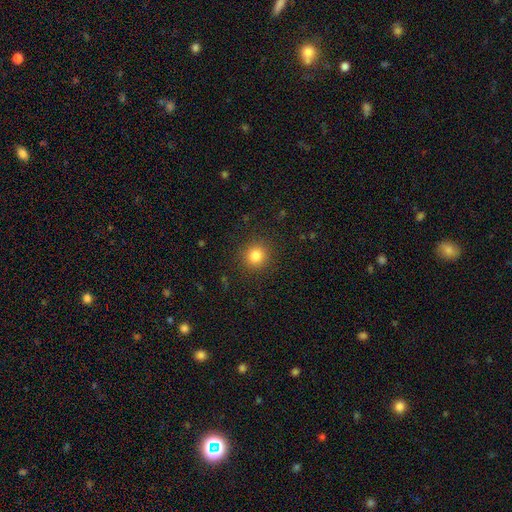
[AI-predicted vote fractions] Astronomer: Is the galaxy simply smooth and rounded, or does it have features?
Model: smooth — 83%.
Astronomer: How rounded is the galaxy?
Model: round — 91%.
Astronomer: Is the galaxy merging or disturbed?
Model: none — 90%.